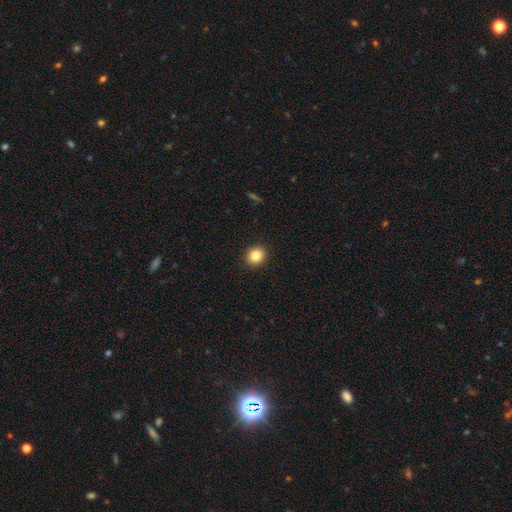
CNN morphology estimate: Smooth or featured? Predicted: smooth (p=0.84). How rounded? Predicted: round (p=0.80). Merging? Predicted: none (p=0.92).